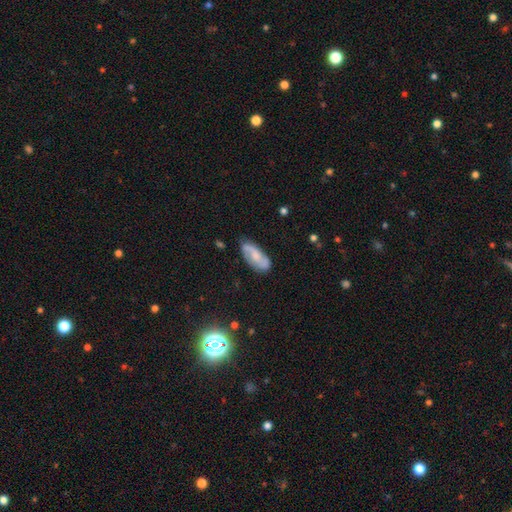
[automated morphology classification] Smooth or featured? featured or disk (55%)
Edge-on disk? no (91%)
Bar? no (52%)
Spiral arms? yes (85%)
Bulge size? small (38%)
Merging? none (75%)